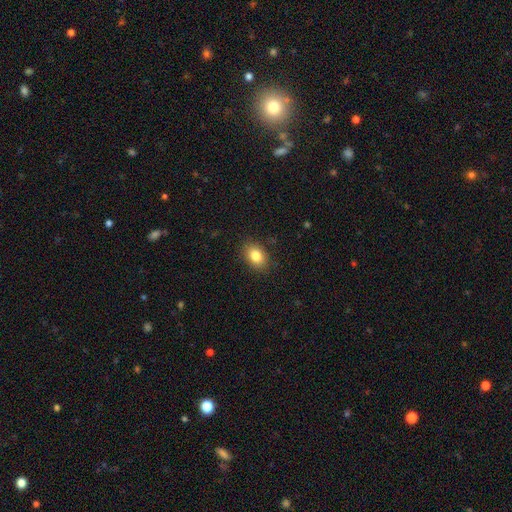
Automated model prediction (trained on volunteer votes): Smooth or featured? Predicted: smooth (p=0.83). How rounded? Predicted: in between (p=0.74). Merging? Predicted: none (p=0.87).